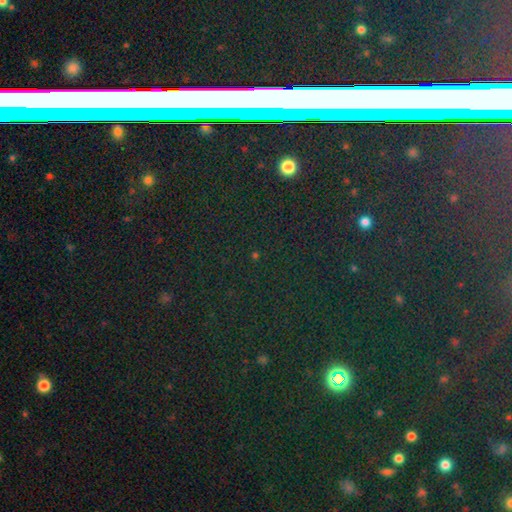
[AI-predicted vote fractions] star or artifact 67%, smooth 24%, featured or disk 9%.